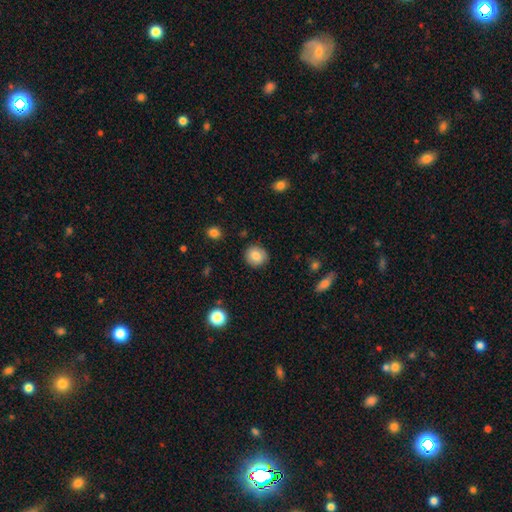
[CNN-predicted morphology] A smooth galaxy with no disk features (82%) that is round (88%). Merging: none (88%).